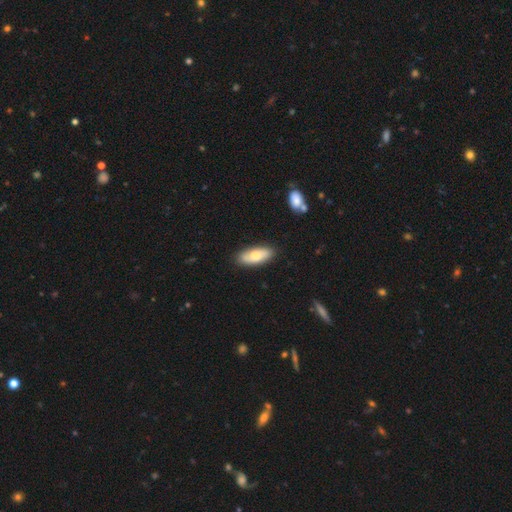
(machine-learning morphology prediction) This appears to be a smooth galaxy with no disk features (69%) that is in between round and cigar-shaped (82%). Merging: none (85%).